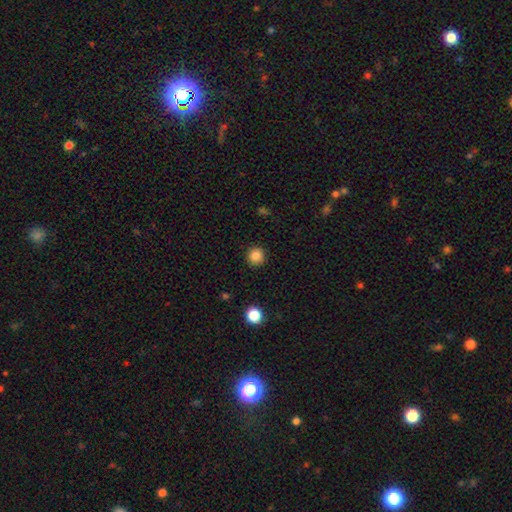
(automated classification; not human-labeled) This appears to be a smooth galaxy with no disk features (86%) that is round (94%). Merging: none (91%).